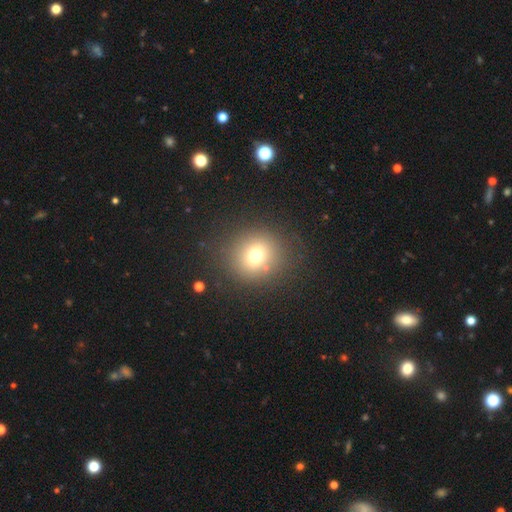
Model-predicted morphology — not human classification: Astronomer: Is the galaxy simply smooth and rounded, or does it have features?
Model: smooth — 72%.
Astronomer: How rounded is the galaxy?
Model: round — 88%.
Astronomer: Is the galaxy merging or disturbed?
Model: none — 84%.